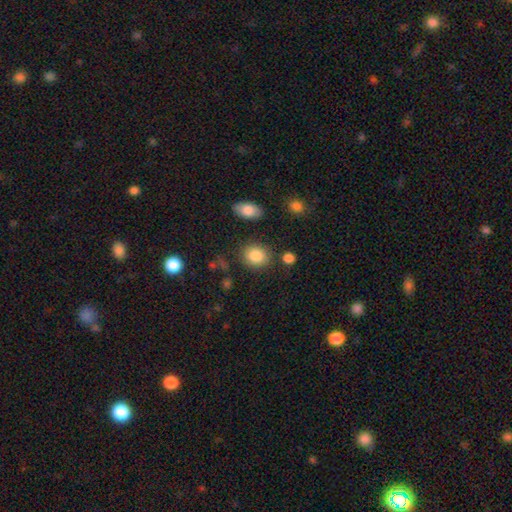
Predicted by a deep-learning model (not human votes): Smooth or featured? smooth (86%)
How rounded? round (63%)
Merging? none (81%)